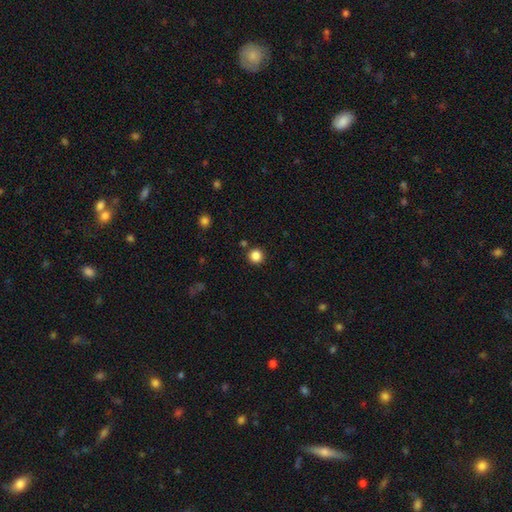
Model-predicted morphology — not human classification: type=smooth (85%); roundness=round (95%); merging=none (89%).